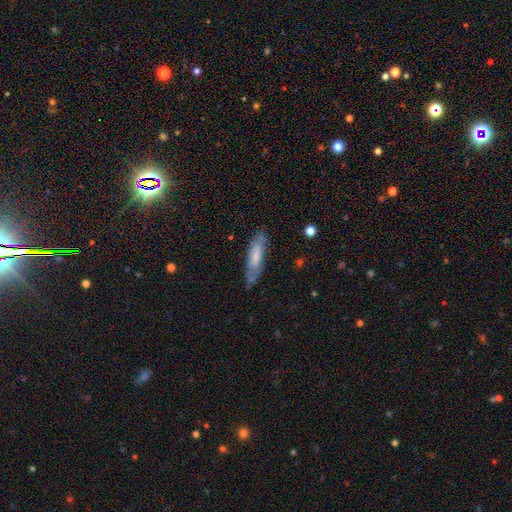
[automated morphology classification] A smooth galaxy with no disk features (58%) that is cigar-shaped (68%). Merging: none (75%).